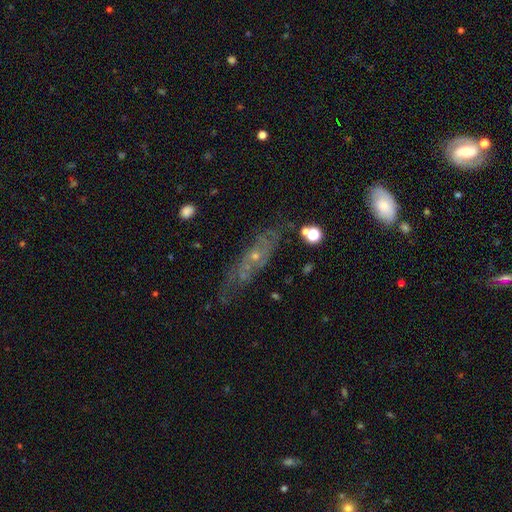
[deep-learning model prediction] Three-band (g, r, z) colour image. It shows a featured or disk galaxy (65%). Merging: none (58%).